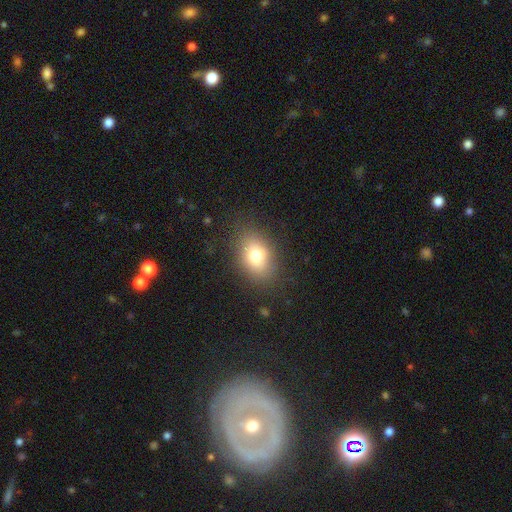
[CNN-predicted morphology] This appears to be a smooth galaxy with no disk features (74%) that is in between round and cigar-shaped (68%). Merging: none (82%).